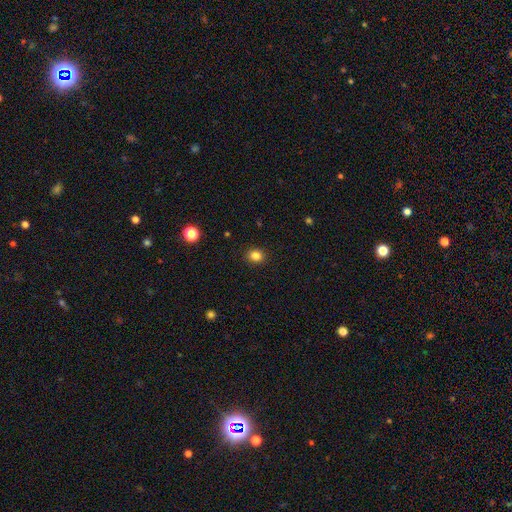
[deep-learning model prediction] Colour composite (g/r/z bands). It shows a smooth galaxy with no disk features (84%) that is round (63%). Merging: none (90%).